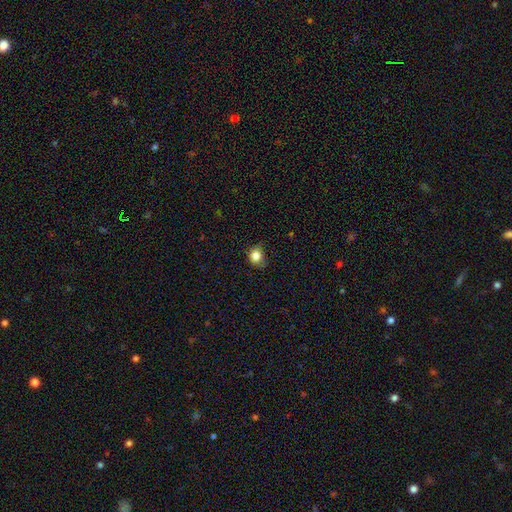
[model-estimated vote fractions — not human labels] A smooth galaxy with no disk features (82%) that is round (64%).

Vote fractions:
- Smooth or featured? smooth: 82% / star or artifact: 11% / featured or disk: 7%
- How rounded? round: 64% / in between: 35% / cigar-shaped: 1%
- Merging? none: 62% / minor disturbance: 29% / major disturbance: 7% / merger: 1%